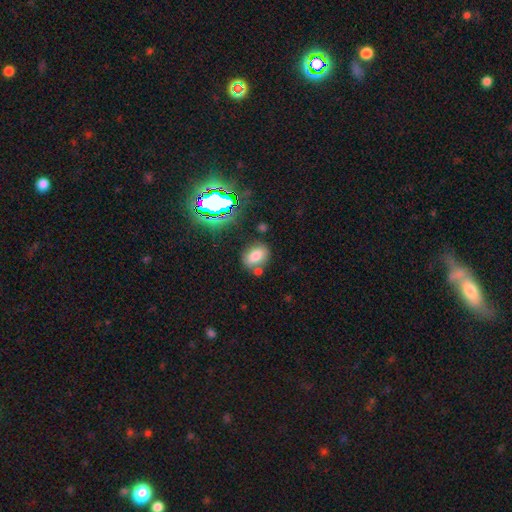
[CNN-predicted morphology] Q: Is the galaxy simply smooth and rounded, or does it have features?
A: smooth — 72%.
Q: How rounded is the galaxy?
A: in between — 77%.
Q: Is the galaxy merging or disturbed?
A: none — 70%.